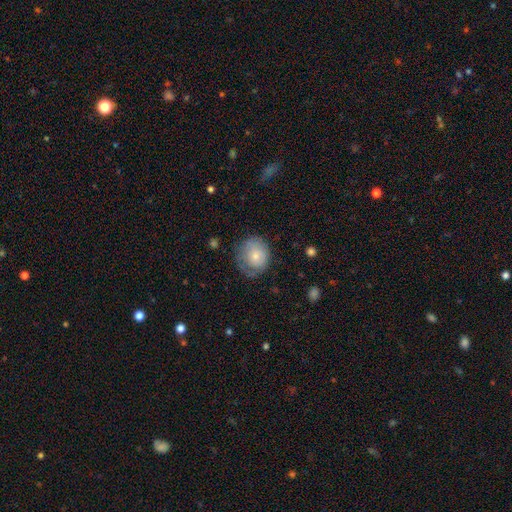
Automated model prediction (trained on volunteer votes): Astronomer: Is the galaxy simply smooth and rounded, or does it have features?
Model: smooth — 68%.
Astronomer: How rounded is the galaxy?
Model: round — 78%.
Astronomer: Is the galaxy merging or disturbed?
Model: none — 59%.